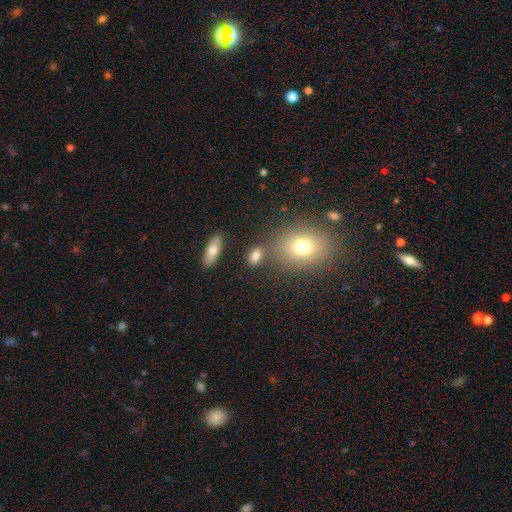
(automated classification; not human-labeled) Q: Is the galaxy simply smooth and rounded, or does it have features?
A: smooth — 78%.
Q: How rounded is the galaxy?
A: in between — 75%.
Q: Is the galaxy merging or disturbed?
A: none — 72%.